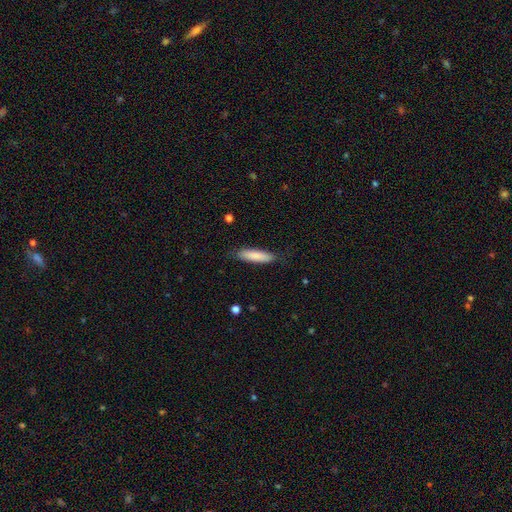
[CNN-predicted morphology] Smooth or featured: smooth — 84% (featured or disk — 11%)
How rounded: cigar-shaped — 71% (in between — 28%)
Merging: none — 84% (minor disturbance — 12%)